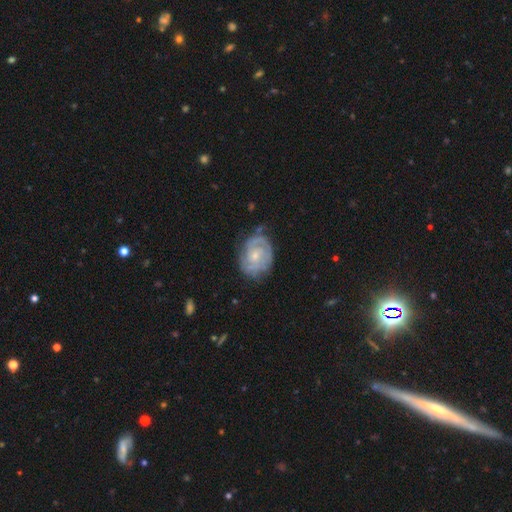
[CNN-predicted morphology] A featured or disk galaxy (79%) with no bar (67%), 2 (46%) tight (63%) spiral arms (92%) and a small central bulge (61%). Merging: none (69%).